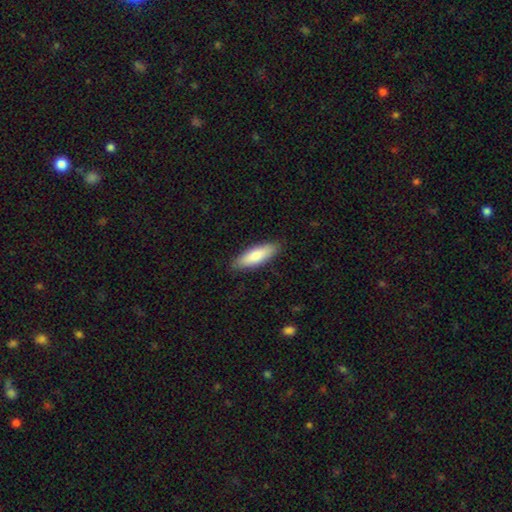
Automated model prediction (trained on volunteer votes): smooth 78%, featured or disk 17%, star or artifact 5%. Down the decision tree: how rounded — in between (52%); merging — none (86%).